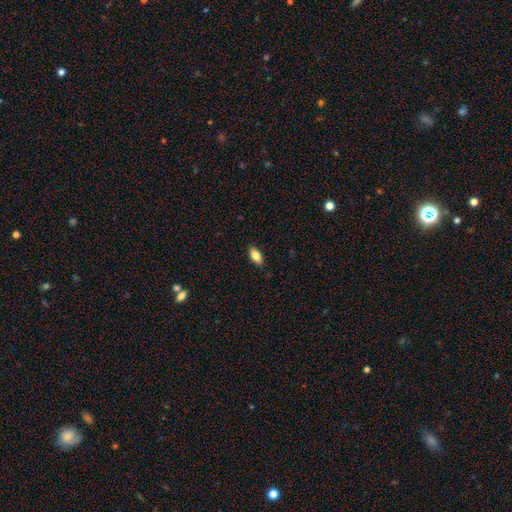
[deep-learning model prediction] Smooth or featured? smooth (82%)
How rounded? in between (89%)
Merging? none (88%)